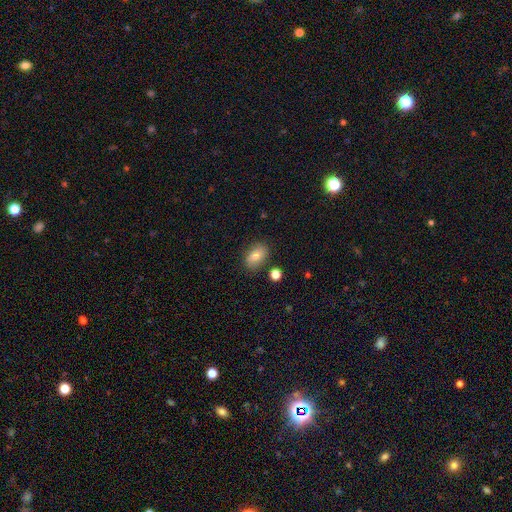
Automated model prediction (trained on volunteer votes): smooth 75%, featured or disk 15%, star or artifact 9%. Down the decision tree: how rounded — in between (84%); merging — none (82%).